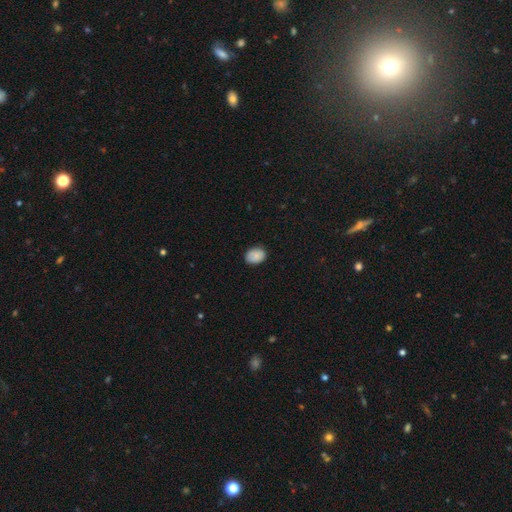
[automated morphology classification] The model was most divided on "how rounded": in between: 72%, round: 27%, cigar-shaped: 1%. More confident: smooth or featured — smooth (86%); merging — none (83%).